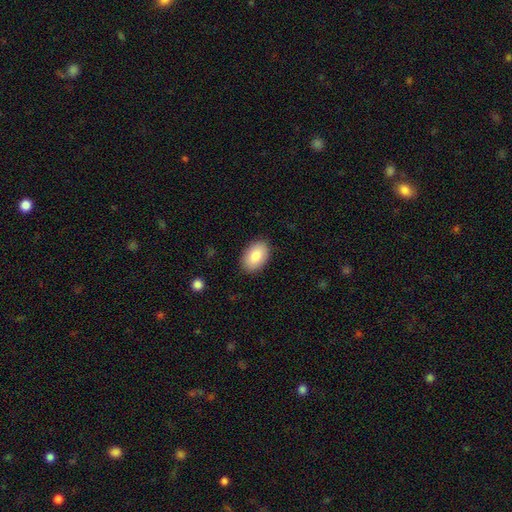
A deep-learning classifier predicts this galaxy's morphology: This appears to be a smooth galaxy with no disk features (85%) that is in between round and cigar-shaped (92%). Merging: none (88%).